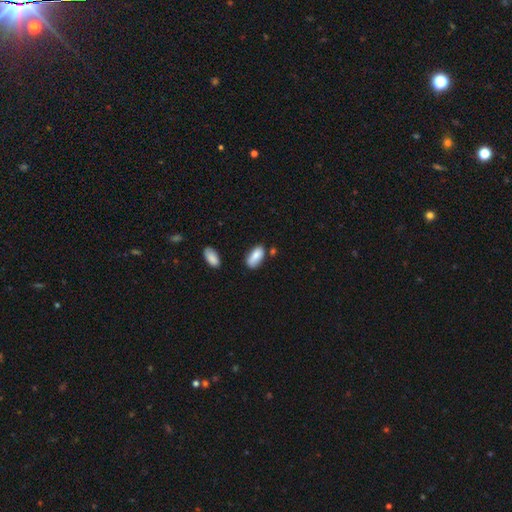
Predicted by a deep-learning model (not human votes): This is clearly a smooth galaxy (83%). How rounded: clearly in between (90%). Merging: likely none (71%).